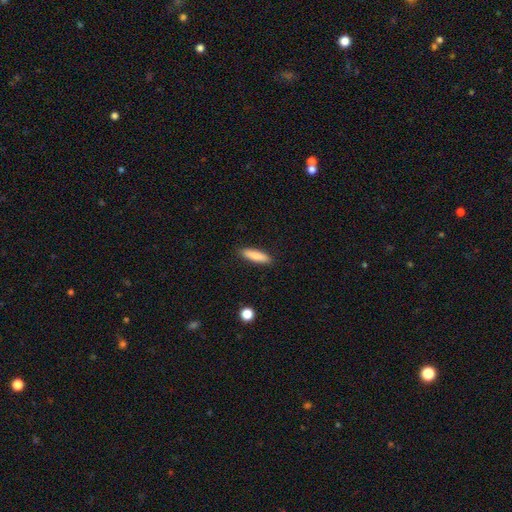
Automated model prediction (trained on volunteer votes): smooth 86%, featured or disk 8%, star or artifact 6%. Down the decision tree: how rounded — cigar-shaped (66%); merging — none (90%).